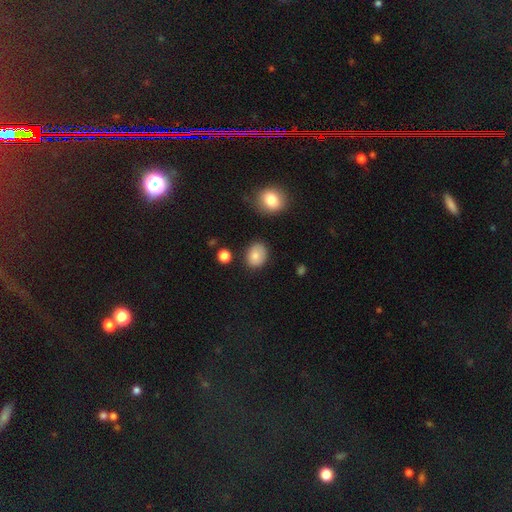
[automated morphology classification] type=smooth (82%); roundness=in between (54%); merging=none (80%).